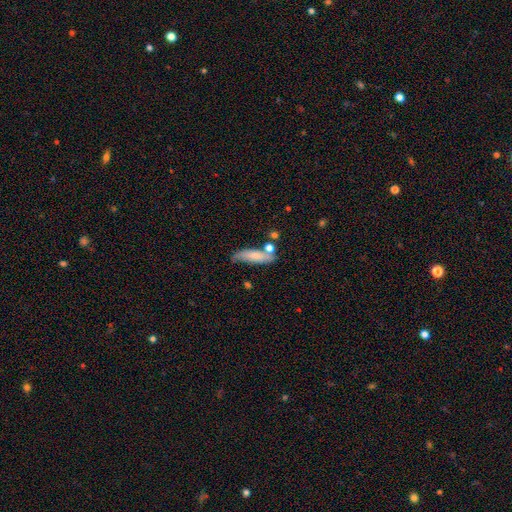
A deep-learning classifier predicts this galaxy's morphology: Overall: smooth (71%). How rounded: cigar-shaped (58%; in between 39%). Merging: none (57%; minor disturbance 22%).